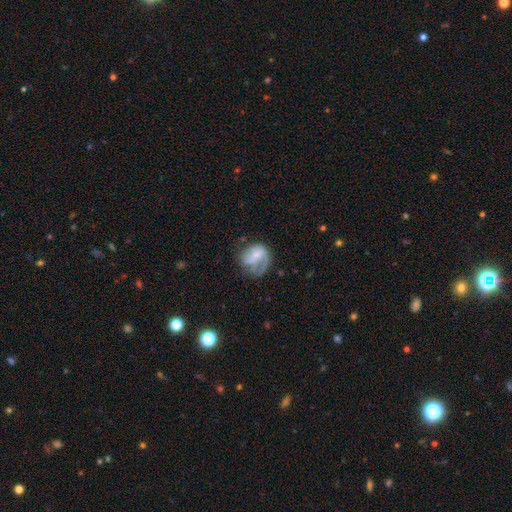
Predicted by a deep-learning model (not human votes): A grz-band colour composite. It shows a featured or disk galaxy (51%). Merging: none (37%).